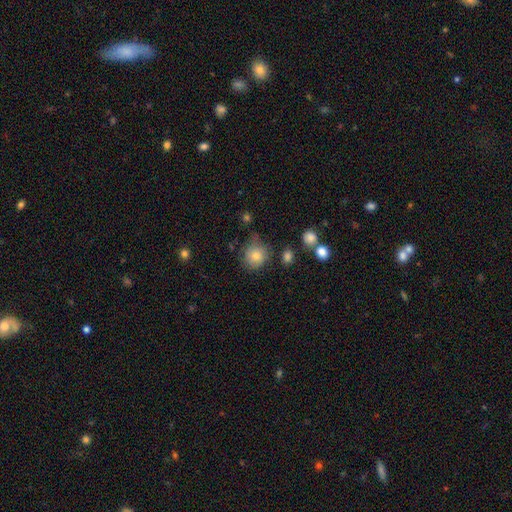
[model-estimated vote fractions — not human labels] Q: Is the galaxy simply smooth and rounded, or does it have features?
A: smooth — 79%.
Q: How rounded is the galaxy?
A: round — 86%.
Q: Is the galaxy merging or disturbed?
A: none — 70%.